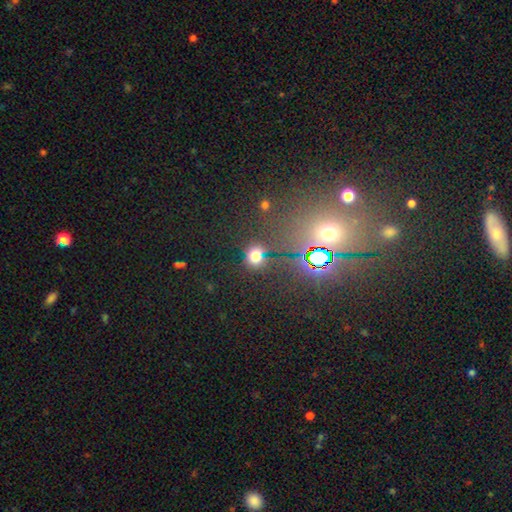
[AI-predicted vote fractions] A smooth galaxy with no disk features (67%) that is round (78%).

Vote fractions:
- Smooth or featured? smooth: 67% / star or artifact: 25% / featured or disk: 7%
- How rounded? round: 78% / in between: 21% / cigar-shaped: 2%
- Merging? none: 68% / minor disturbance: 15% / merger: 9% / major disturbance: 8%